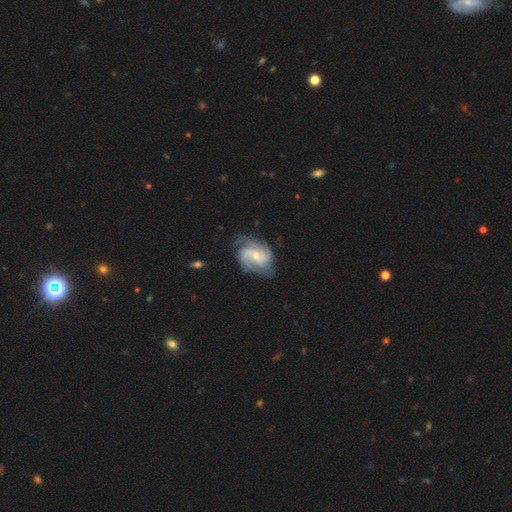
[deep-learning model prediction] smooth_or_featured: featured or disk (p=0.83) [alt: smooth p=0.12]
disk_edge_on: no (p=0.98) [alt: yes p=0.02]
bar: weak (p=0.48) [alt: no p=0.39]
has_spiral_arms: yes (p=0.96) [alt: no p=0.04]
spiral_winding: medium (p=0.49) [alt: tight p=0.31]
spiral_arm_count: 2 (p=0.45) [alt: 3 p=0.27]
bulge_size: small (p=0.53) [alt: moderate p=0.37]
merging: none (p=0.63) [alt: minor disturbance p=0.23]